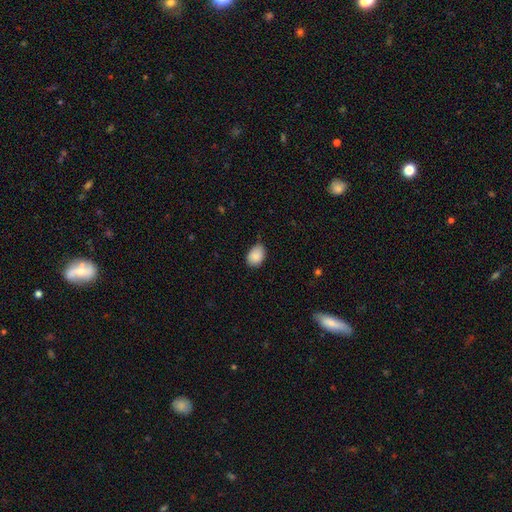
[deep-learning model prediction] Smooth or featured? Predicted: smooth (p=0.88). How rounded? Predicted: in between (p=0.77). Merging? Predicted: none (p=0.68).